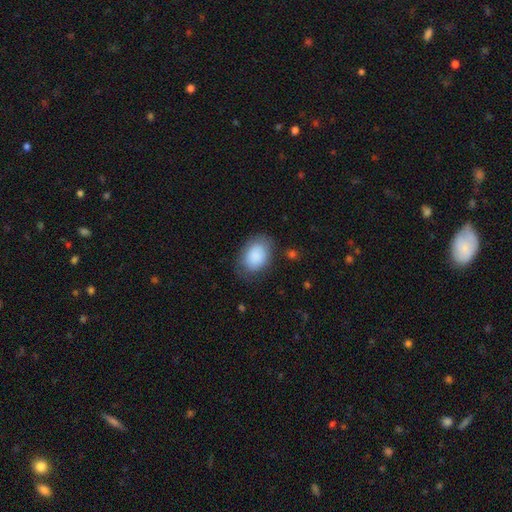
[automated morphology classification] Overall: smooth (87%). How rounded: in between (77%). Merging: none (74%).